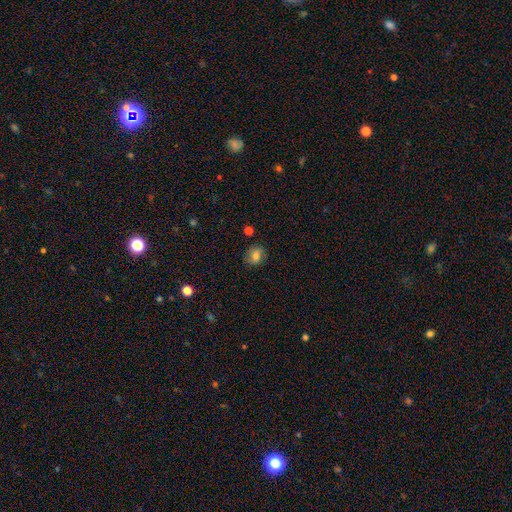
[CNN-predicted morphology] This is likely a smooth galaxy (71%). How rounded: likely round (61%). Merging: likely none (80%).